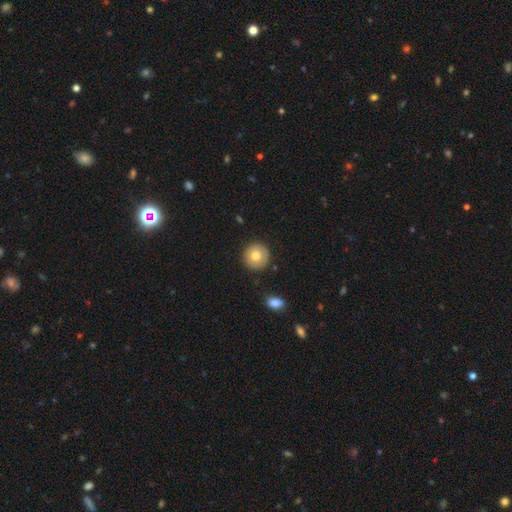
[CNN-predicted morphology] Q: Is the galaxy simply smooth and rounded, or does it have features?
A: smooth — 77%.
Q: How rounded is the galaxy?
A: round — 94%.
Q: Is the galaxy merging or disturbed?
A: none — 89%.